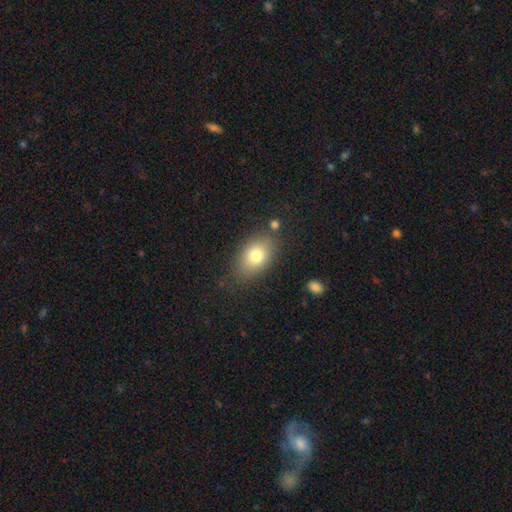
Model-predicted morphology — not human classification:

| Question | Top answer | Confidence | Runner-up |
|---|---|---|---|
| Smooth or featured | smooth | 78% | featured or disk (14%) |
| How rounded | in between | 84% | round (14%) |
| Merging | none | 78% | minor disturbance (14%) |